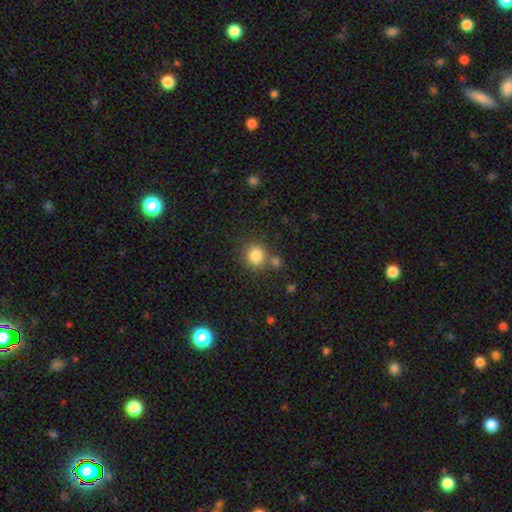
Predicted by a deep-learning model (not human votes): Smooth or featured: smooth — 84% (star or artifact — 10%)
How rounded: round — 88% (in between — 11%)
Merging: none — 72% (merger — 15%)